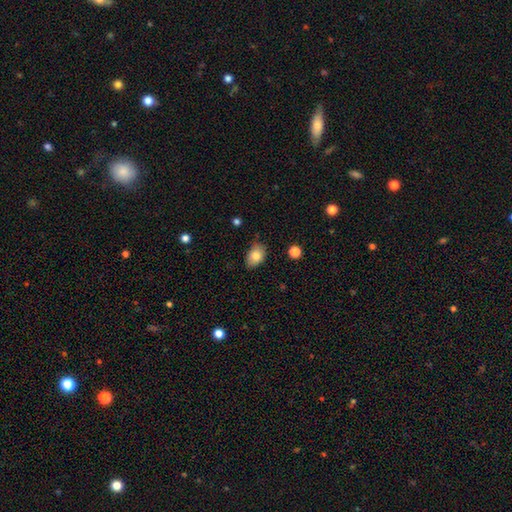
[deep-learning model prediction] This is clearly a smooth galaxy (82%). How rounded: clearly in between (85%). Merging: likely none (77%).